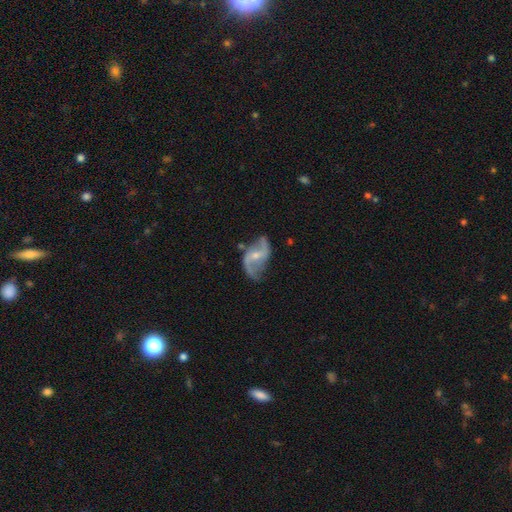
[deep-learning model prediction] Smooth or featured: featured or disk — 85% (smooth — 10%)
Edge-on disk: no — 97% (yes — 3%)
Bar: weak — 48% (no — 30%)
Spiral arms: yes — 94% (no — 6%)
Spiral winding: loose — 71% (medium — 23%)
Spiral arm count: 2 — 91% (can't tell — 3%)
Bulge size: small — 54% (moderate — 39%)
Merging: none — 63% (minor disturbance — 22%)